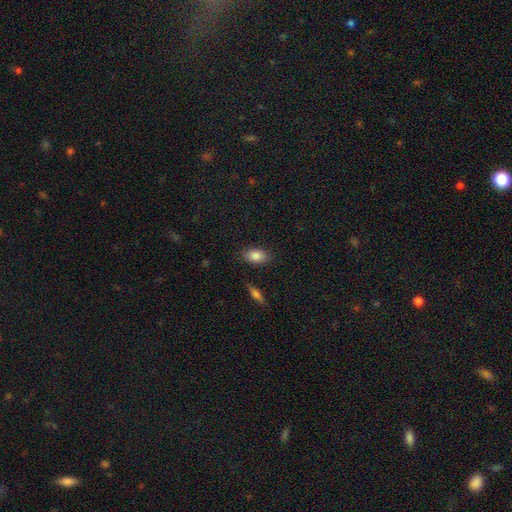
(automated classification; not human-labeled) smooth-or-featured: smooth: 85% | star or artifact: 8% | featured or disk: 7%
  how-rounded: in between: 87% | round: 11% | cigar-shaped: 3%
  merging: none: 85% | minor disturbance: 11% | major disturbance: 3% | merger: 2%